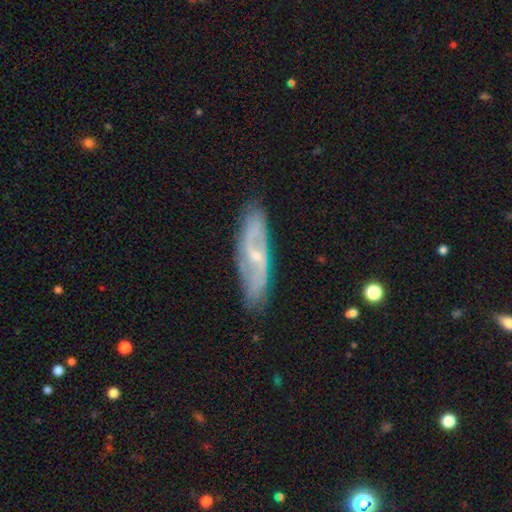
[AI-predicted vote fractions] This is likely a featured or disk galaxy (79%). It is clearly not viewed edge-on (81%). Bar: possibly weak (45%). Spiral arm pattern: clearly yes (88%). Spiral arm count: likely 2 (79%). Spiral winding: marginally loose (43%). Central bulge: likely small (76%). Merging: clearly none (80%).